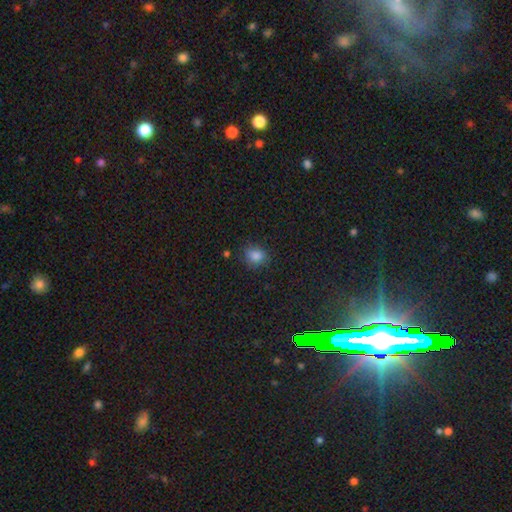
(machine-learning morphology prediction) type=smooth (83%); roundness=round (63%); merging=none (79%).